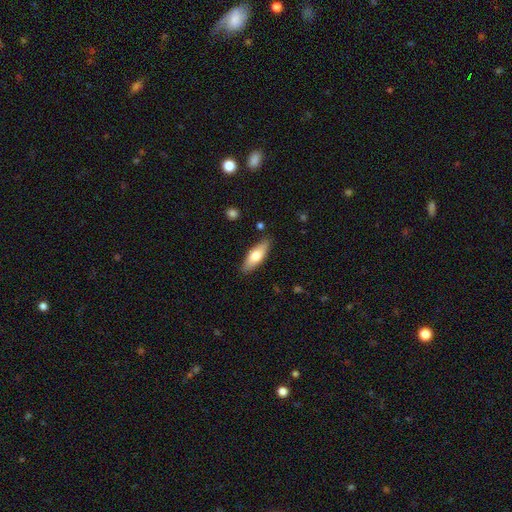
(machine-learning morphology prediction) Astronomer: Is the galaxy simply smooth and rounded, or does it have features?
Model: smooth — 65%.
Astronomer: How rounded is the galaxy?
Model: in between — 58% (runner-up: cigar-shaped, 40%).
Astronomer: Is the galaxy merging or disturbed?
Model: none — 86%.